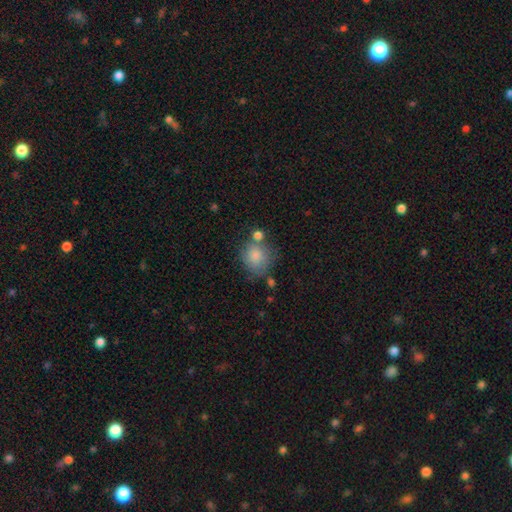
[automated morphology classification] type=smooth (82%); roundness=round (74%); merging=none (55%).